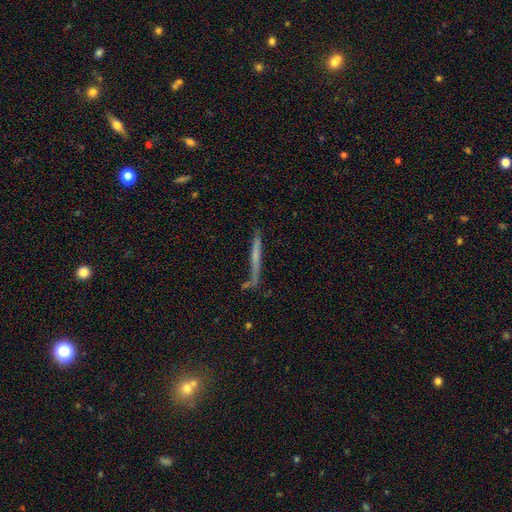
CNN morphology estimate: smooth_or_featured: featured or disk (p=0.47) [alt: smooth p=0.45]
merging: none (p=0.68) [alt: minor disturbance p=0.18]